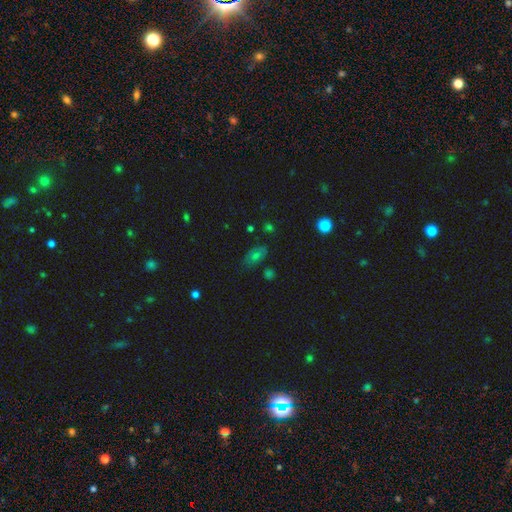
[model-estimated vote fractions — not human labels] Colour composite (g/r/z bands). It shows a smooth galaxy with no disk features (54%) that is in between round and cigar-shaped (83%). Merging: none (73%).